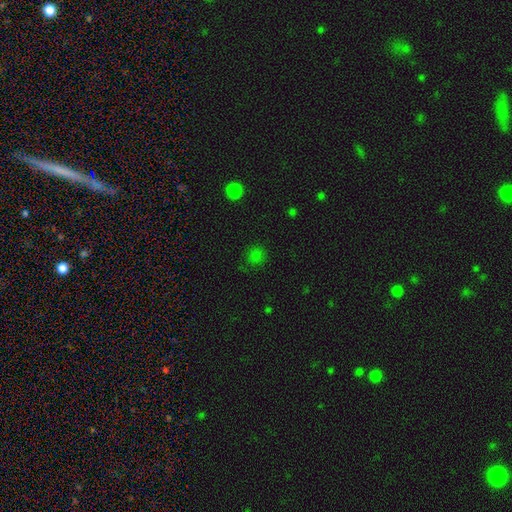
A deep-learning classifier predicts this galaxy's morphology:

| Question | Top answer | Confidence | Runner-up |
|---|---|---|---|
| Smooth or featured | smooth | 74% | star or artifact (21%) |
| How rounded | round | 86% | in between (12%) |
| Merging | none | 83% | minor disturbance (11%) |